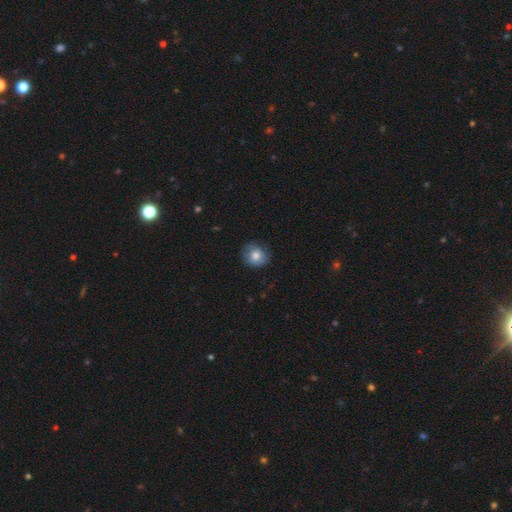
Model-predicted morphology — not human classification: smooth-or-featured: smooth: 77% | featured or disk: 15% | star or artifact: 8%
  how-rounded: round: 76% | in between: 23% | cigar-shaped: 1%
  merging: none: 77% | minor disturbance: 18% | major disturbance: 4% | merger: 1%